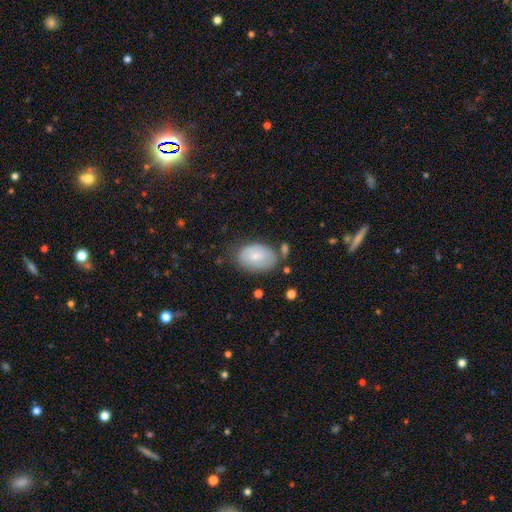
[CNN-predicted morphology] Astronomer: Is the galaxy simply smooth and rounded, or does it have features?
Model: smooth — 73%.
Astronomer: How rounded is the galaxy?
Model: in between — 87%.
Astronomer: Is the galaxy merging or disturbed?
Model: none — 64%.